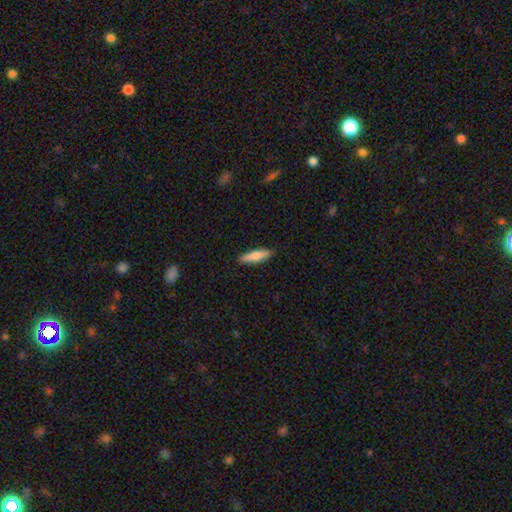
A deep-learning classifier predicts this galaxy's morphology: A smooth galaxy with no disk features (76%) that is cigar-shaped (73%). Merging: none (89%).